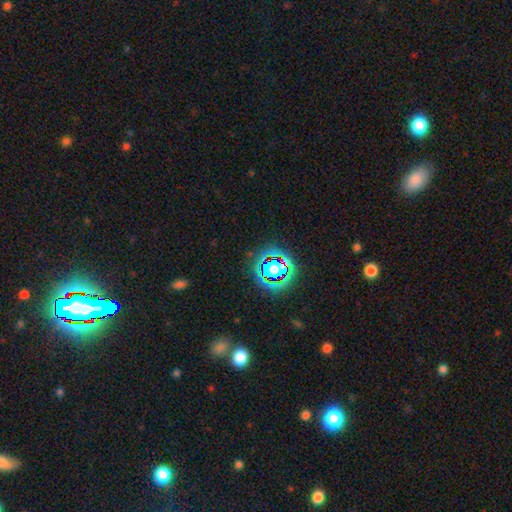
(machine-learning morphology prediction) Q: Smooth or featured?
A: star or artifact (78%); runner-up: smooth (14%)